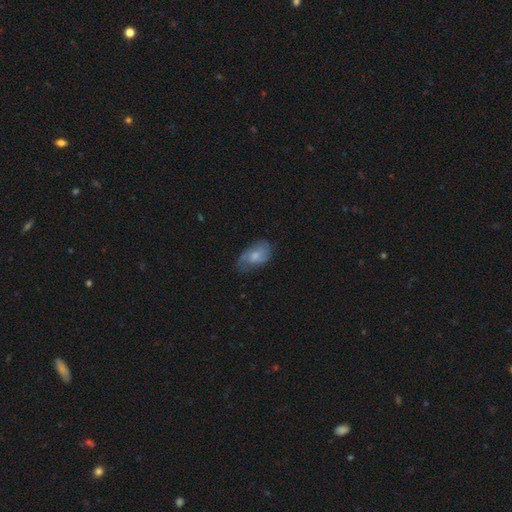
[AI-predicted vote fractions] Morphology: type=smooth (59%); roundness=in between (91%); merging=none (54%).